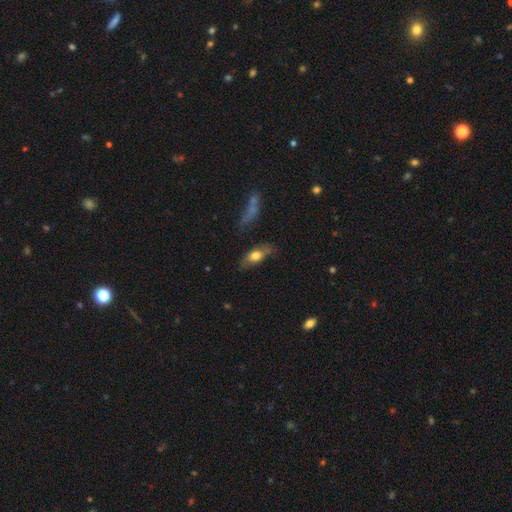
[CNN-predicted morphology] Smooth or featured: smooth — 63% (featured or disk — 30%)
How rounded: in between — 75% (cigar-shaped — 20%)
Merging: none — 69% (minor disturbance — 21%)